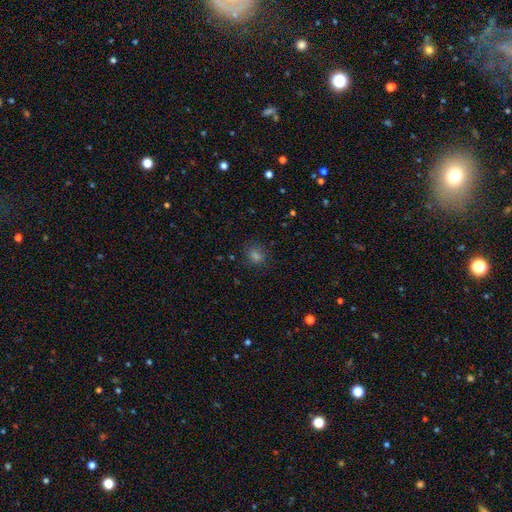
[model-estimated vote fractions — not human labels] smooth_or_featured: smooth (p=0.69) [alt: star or artifact p=0.24]
how_rounded: round (p=0.69) [alt: in between p=0.30]
merging: none (p=0.85) [alt: minor disturbance p=0.10]